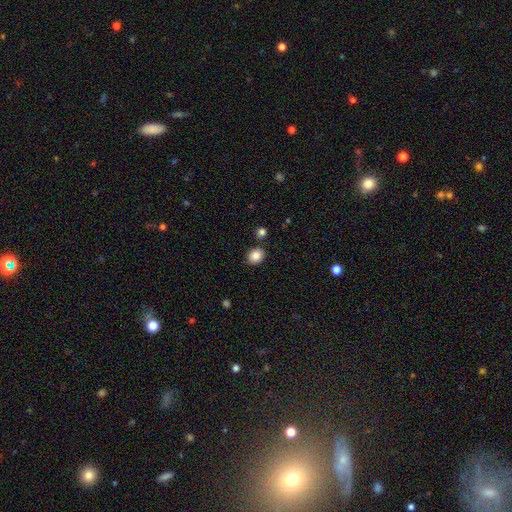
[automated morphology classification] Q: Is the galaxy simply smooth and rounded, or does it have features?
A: smooth — 87%.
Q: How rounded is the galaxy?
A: round — 66%.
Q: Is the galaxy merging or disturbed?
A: none — 83%.